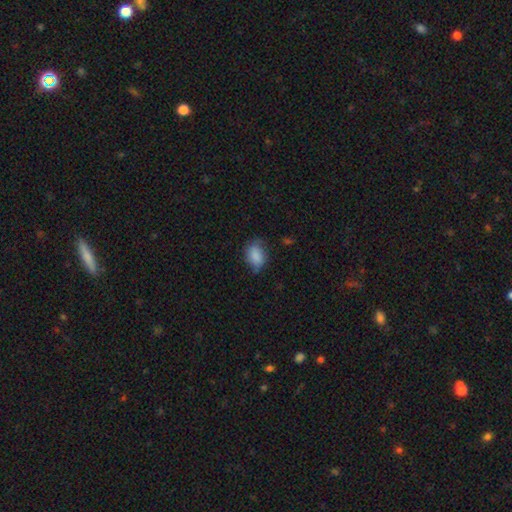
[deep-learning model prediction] A smooth galaxy with no disk features (82%) that is in between round and cigar-shaped (77%).

Vote fractions:
- Smooth or featured? smooth: 82% / featured or disk: 9% / star or artifact: 8%
- How rounded? in between: 77% / round: 22% / cigar-shaped: 1%
- Merging? none: 57% / minor disturbance: 32% / major disturbance: 9% / merger: 2%